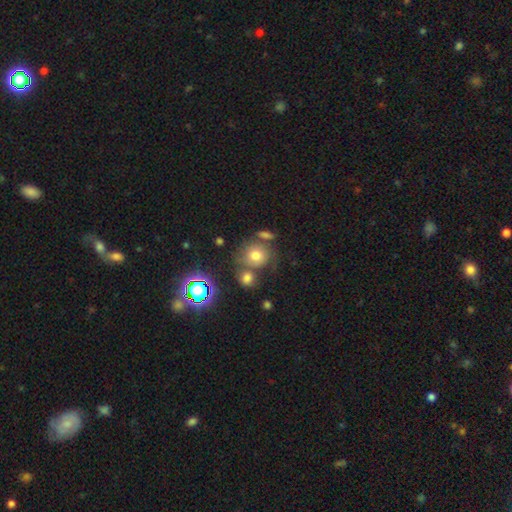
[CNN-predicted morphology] Q: Smooth or featured?
A: smooth (68%); runner-up: star or artifact (18%)
Q: How rounded?
A: round (84%); runner-up: in between (15%)
Q: Merging?
A: none (57%); runner-up: merger (24%)